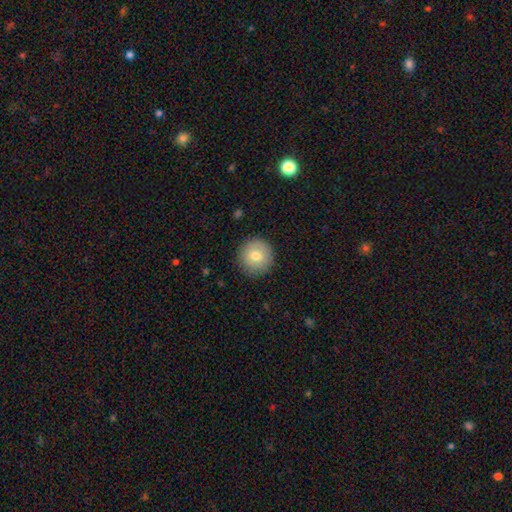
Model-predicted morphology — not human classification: This appears to be a smooth galaxy with no disk features (76%) that is round (95%). Merging: none (90%).